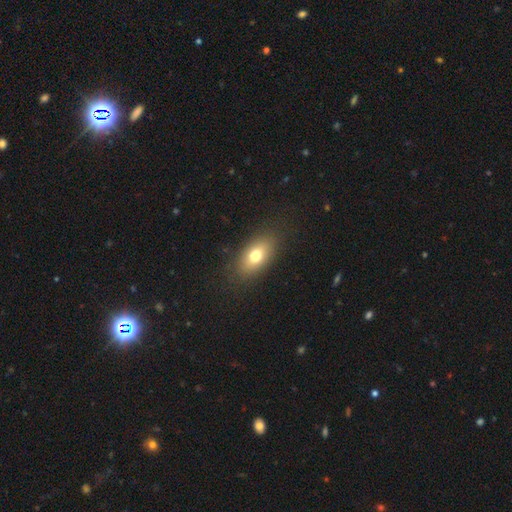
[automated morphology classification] smooth 73%, featured or disk 18%, star or artifact 9%. Down the decision tree: how rounded — in between (86%); merging — none (85%).